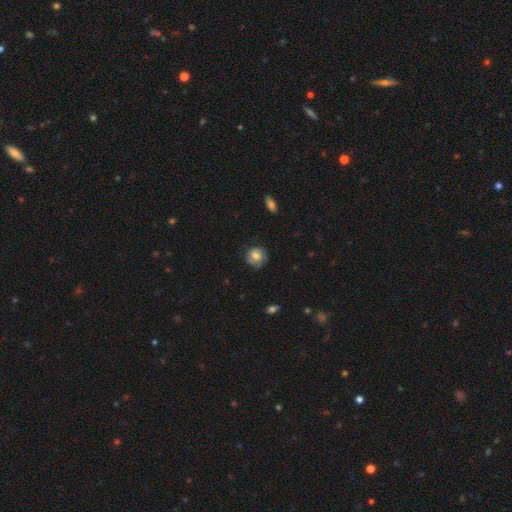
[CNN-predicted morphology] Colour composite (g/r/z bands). It shows a smooth galaxy with no disk features (56%) that is round (84%). Merging: none (67%).